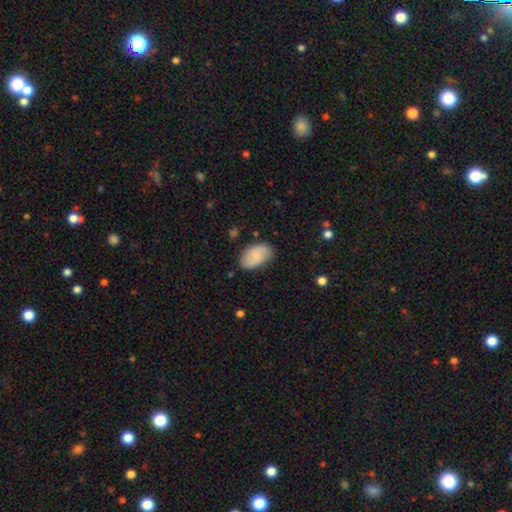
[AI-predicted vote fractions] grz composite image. It shows a smooth galaxy with no disk features (65%) that is in between round and cigar-shaped (93%). Merging: none (77%).